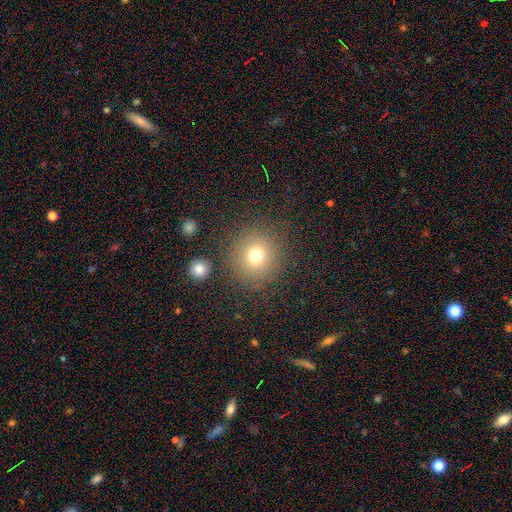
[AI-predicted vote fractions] This appears to be a smooth galaxy with no disk features (74%) that is round (91%). Merging: none (84%).